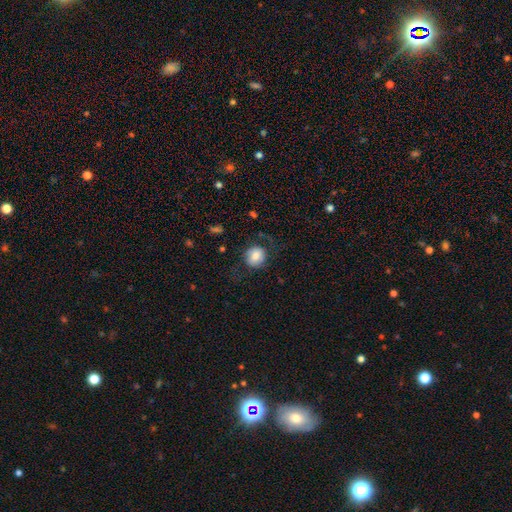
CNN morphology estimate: type=smooth (73%); roundness=round (80%); merging=none (71%).